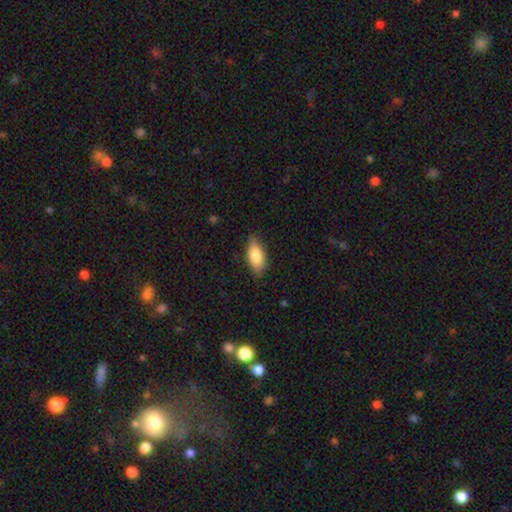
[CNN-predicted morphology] smooth-or-featured: smooth: 81% | featured or disk: 12% | star or artifact: 6%
  how-rounded: in between: 86% | cigar-shaped: 11% | round: 3%
  merging: none: 83% | minor disturbance: 14% | major disturbance: 2% | merger: 1%